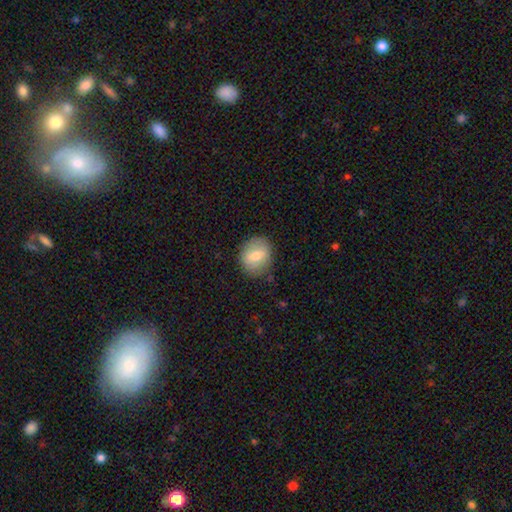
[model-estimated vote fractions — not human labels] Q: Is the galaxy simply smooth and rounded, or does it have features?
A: smooth — 68%.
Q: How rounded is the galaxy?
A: round — 64%.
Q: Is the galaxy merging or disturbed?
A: none — 81%.